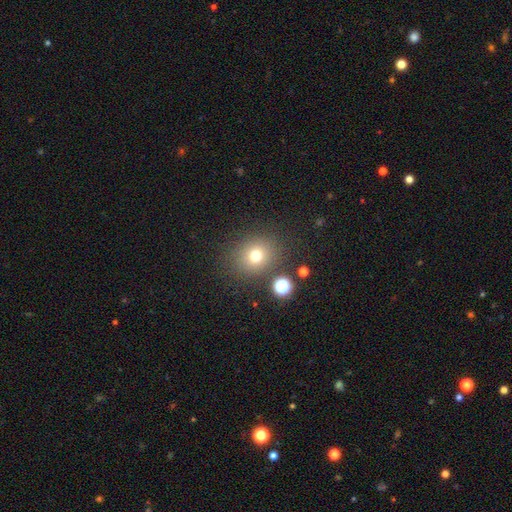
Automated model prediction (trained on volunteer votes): Q: Smooth or featured?
A: smooth (73%); runner-up: star or artifact (17%)
Q: How rounded?
A: round (76%); runner-up: in between (23%)
Q: Merging?
A: none (83%); runner-up: minor disturbance (9%)